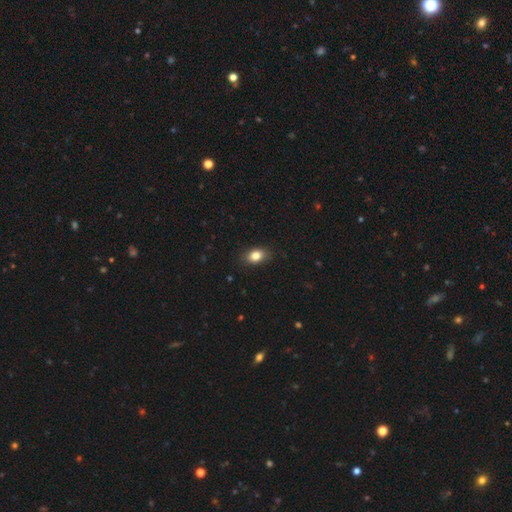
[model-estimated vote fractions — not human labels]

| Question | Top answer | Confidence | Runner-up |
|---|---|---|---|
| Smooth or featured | smooth | 83% | star or artifact (9%) |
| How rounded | in between | 79% | round (19%) |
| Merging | none | 86% | minor disturbance (10%) |